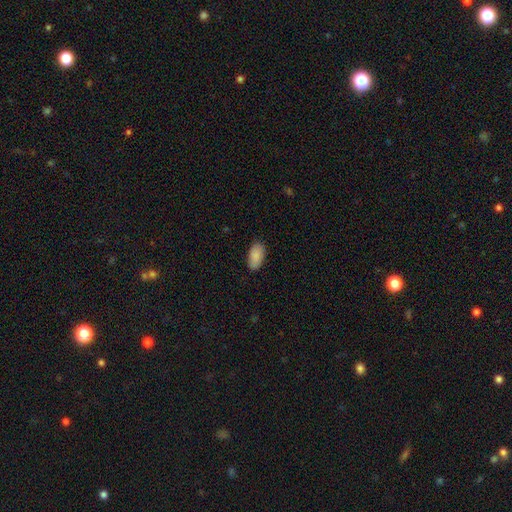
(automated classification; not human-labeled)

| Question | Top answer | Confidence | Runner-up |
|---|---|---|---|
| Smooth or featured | smooth | 89% | star or artifact (6%) |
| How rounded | in between | 94% | cigar-shaped (4%) |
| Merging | none | 86% | minor disturbance (11%) |